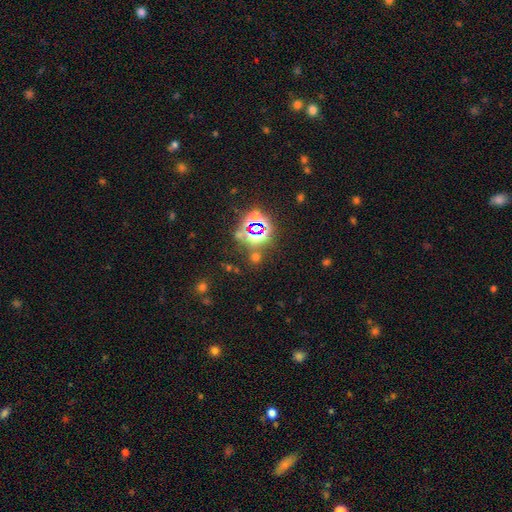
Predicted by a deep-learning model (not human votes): Smooth or featured?
  - star or artifact: 77% *
  - smooth: 15%
  - featured or disk: 8%